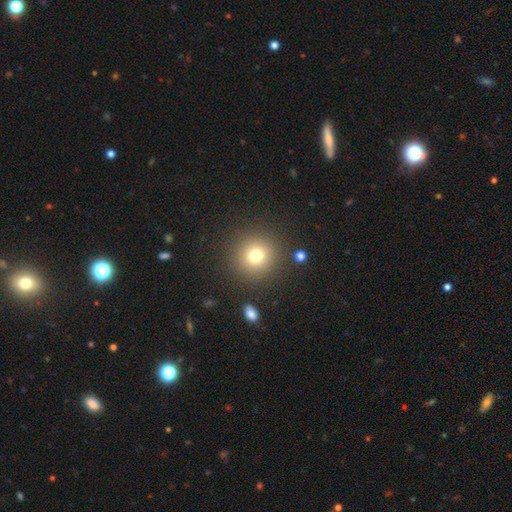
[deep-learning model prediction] The model was most divided on "smooth or featured": smooth: 76%, star or artifact: 15%, featured or disk: 9%. More confident: how rounded — round (93%); merging — none (88%).